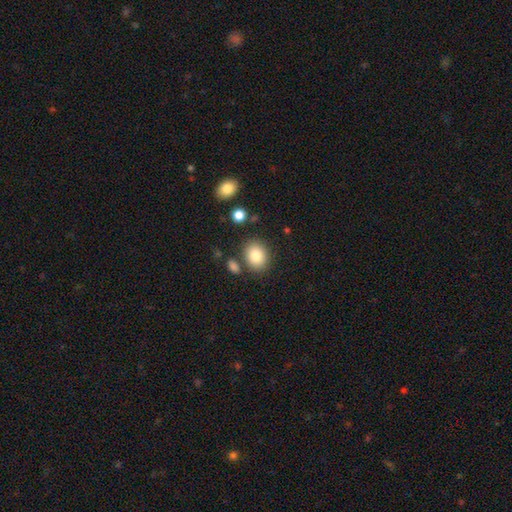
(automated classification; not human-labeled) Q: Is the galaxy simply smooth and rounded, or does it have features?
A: smooth — 82%.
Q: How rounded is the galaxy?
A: round — 52%.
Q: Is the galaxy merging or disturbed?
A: none — 79%.